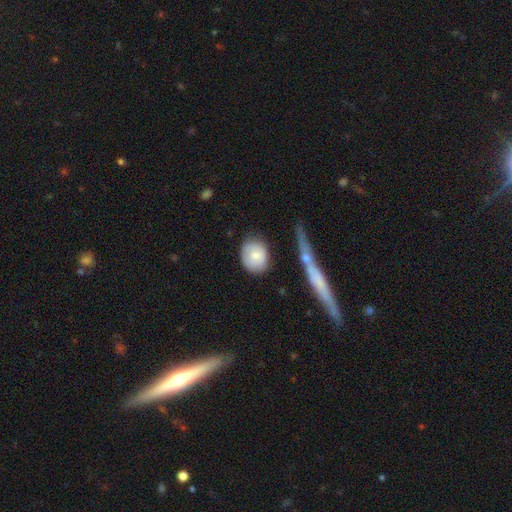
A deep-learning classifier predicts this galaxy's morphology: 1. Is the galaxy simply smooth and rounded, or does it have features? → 75% smooth, 19% featured or disk, 6% star or artifact.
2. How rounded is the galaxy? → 67% round, 31% in between, 2% cigar-shaped.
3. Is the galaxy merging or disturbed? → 68% none, 22% minor disturbance, 5% major disturbance, 4% merger.